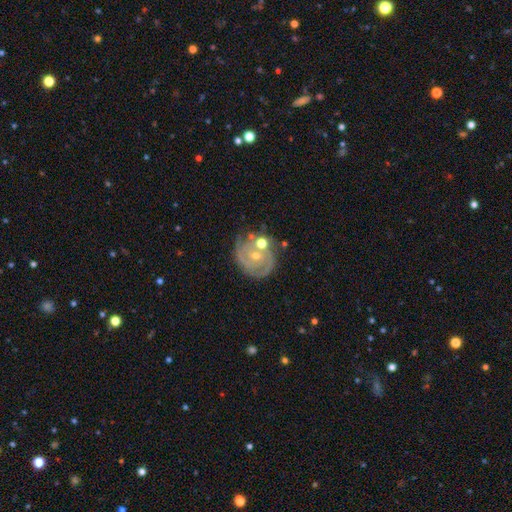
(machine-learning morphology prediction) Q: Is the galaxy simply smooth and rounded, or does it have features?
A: featured or disk — 81%.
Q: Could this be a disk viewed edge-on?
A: no — 98%.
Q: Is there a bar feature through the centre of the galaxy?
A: no — 69%.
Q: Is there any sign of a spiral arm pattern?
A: yes — 93%.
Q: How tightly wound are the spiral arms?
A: tight — 70%.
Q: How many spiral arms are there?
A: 2 — 41%.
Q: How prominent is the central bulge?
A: small — 61%.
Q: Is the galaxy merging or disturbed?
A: none — 69%.